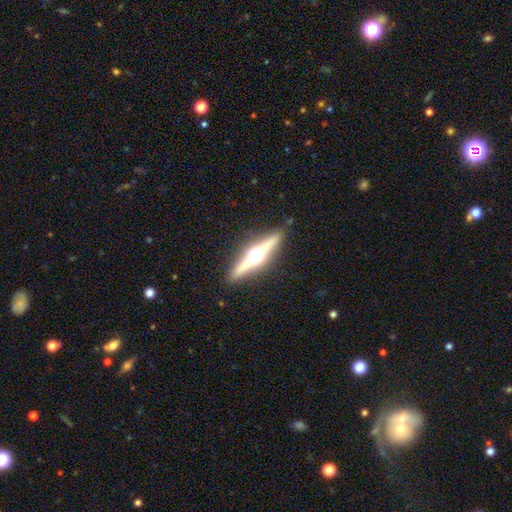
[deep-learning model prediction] Smooth or featured? featured or disk (80%)
Edge-on disk? yes (98%)
Edge-on bulge? rounded (95%)
Merging? none (90%)